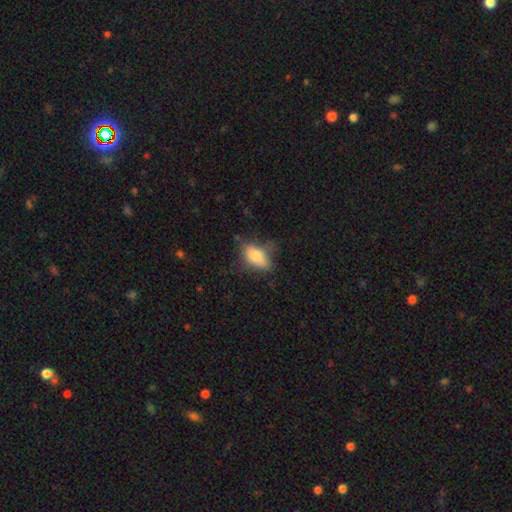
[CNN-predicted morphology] The model was most divided on "merging": none: 54%, minor disturbance: 30%, major disturbance: 14%, merger: 3%. More confident: how rounded — in between (87%); smooth or featured — smooth (76%).